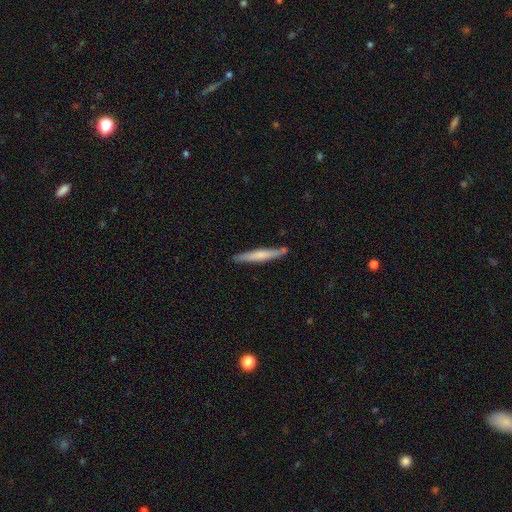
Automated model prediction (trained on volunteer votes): A featured or disk galaxy (49%).

Vote fractions:
- Smooth or featured? featured or disk: 49% / smooth: 40% / star or artifact: 11%
- Merging? none: 88% / minor disturbance: 9% / major disturbance: 2% / merger: 2%